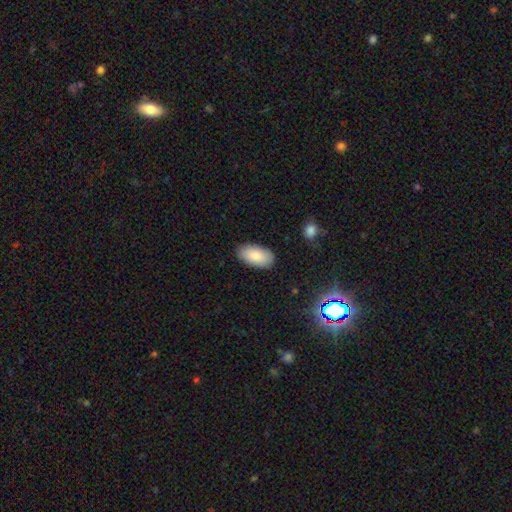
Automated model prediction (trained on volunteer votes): This appears to be a smooth galaxy with no disk features (87%) that is in between round and cigar-shaped (96%). Merging: none (87%).